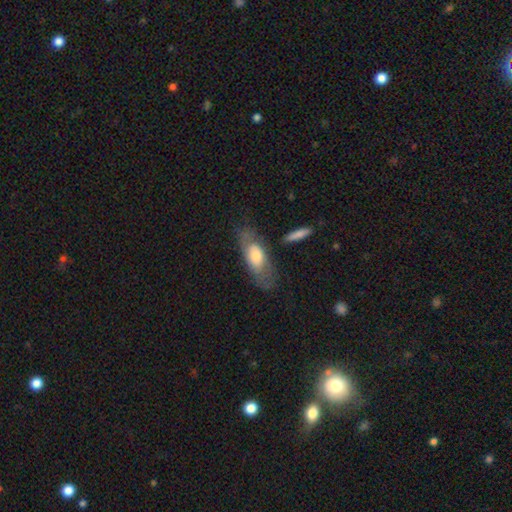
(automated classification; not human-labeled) smooth-or-featured: smooth: 55% | featured or disk: 38% | star or artifact: 6%
  how-rounded: in between: 78% | cigar-shaped: 18% | round: 4%
  merging: none: 60% | minor disturbance: 22% | major disturbance: 13% | merger: 5%